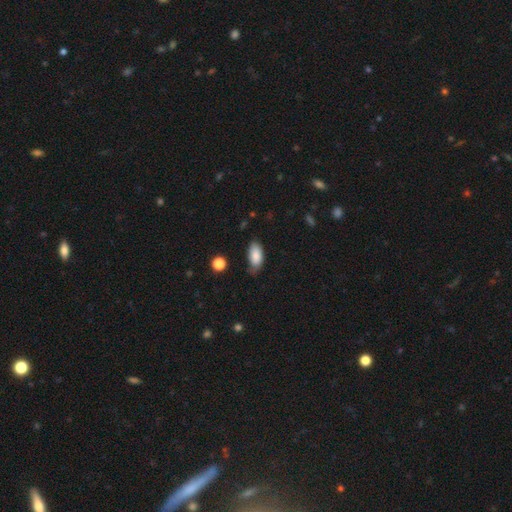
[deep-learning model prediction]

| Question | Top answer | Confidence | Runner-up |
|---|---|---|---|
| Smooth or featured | smooth | 84% | featured or disk (9%) |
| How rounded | in between | 92% | cigar-shaped (5%) |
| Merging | none | 57% | minor disturbance (33%) |